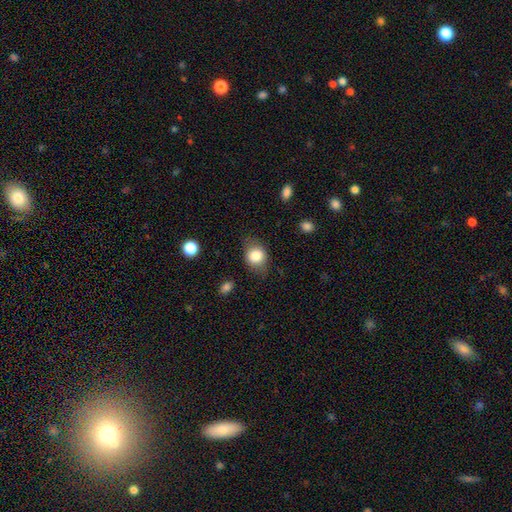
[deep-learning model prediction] This is clearly a smooth galaxy (81%). How rounded: possibly round (53%). Merging: likely none (73%).